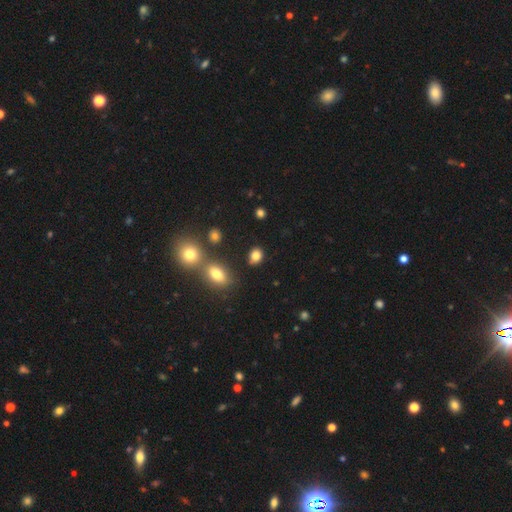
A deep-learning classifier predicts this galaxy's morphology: This is clearly a smooth galaxy (82%). How rounded: possibly in between (58%). Merging: likely none (78%).